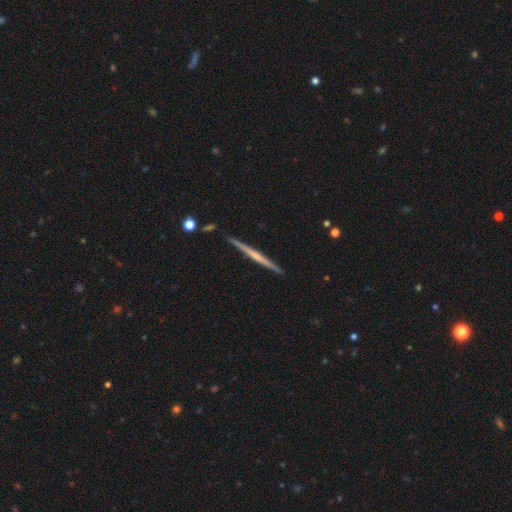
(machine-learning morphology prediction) Smooth or featured? Predicted: featured or disk (p=0.68). Edge-on disk? Predicted: yes (p=0.98). Edge-on bulge? Predicted: none (p=0.65). Merging? Predicted: none (p=0.90).